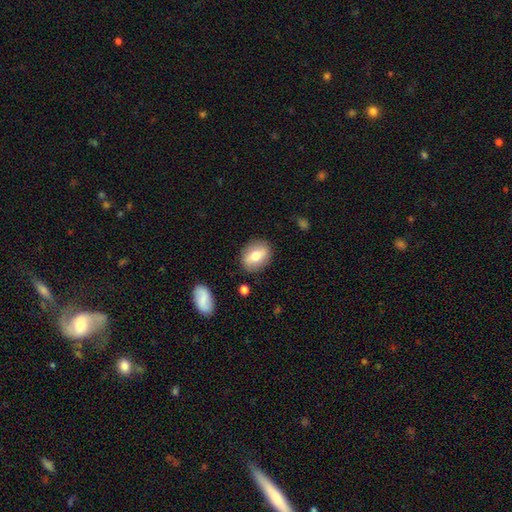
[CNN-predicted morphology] This is likely a smooth galaxy (64%). How rounded: possibly in between (59%). Merging: clearly none (84%).